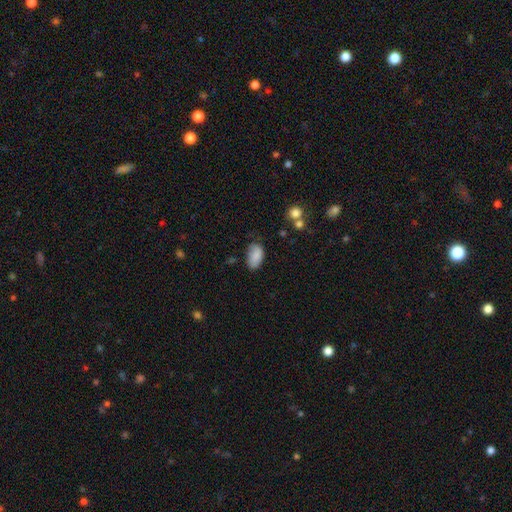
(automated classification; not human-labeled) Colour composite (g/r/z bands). It shows a smooth galaxy with no disk features (85%) that is in between round and cigar-shaped (93%). Merging: none (64%).